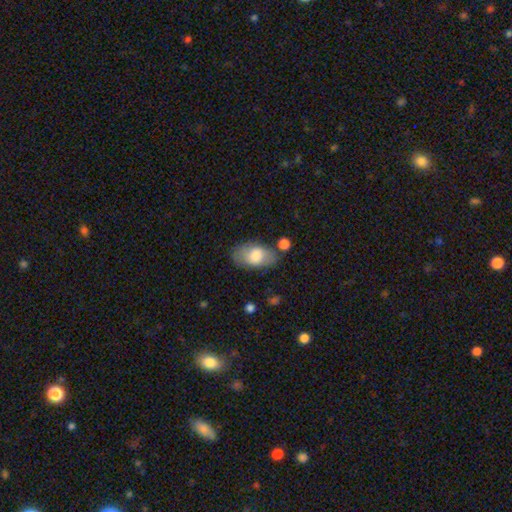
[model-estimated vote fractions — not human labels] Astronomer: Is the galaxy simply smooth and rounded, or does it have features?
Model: smooth — 73%.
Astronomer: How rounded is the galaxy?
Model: in between — 93%.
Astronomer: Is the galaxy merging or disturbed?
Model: none — 68%.